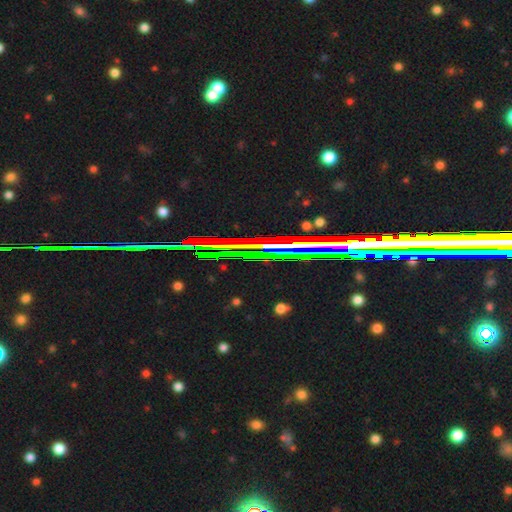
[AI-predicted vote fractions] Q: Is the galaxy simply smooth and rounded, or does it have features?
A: star or artifact — 78%.